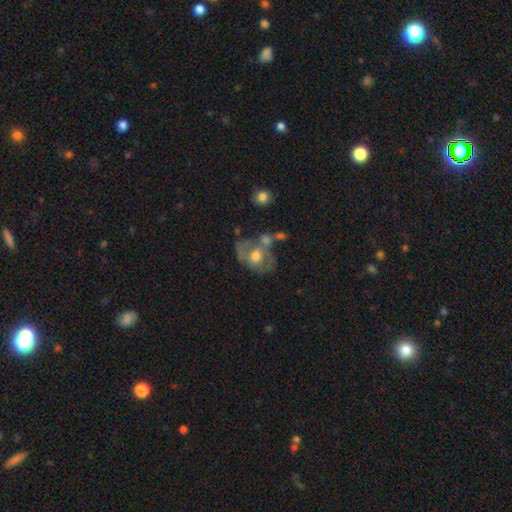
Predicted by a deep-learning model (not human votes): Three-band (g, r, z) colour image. It shows a featured or disk galaxy (54%) with no bar (71%), no spiral arms (65%) and a moderate central bulge (71%). Merging: none (39%).